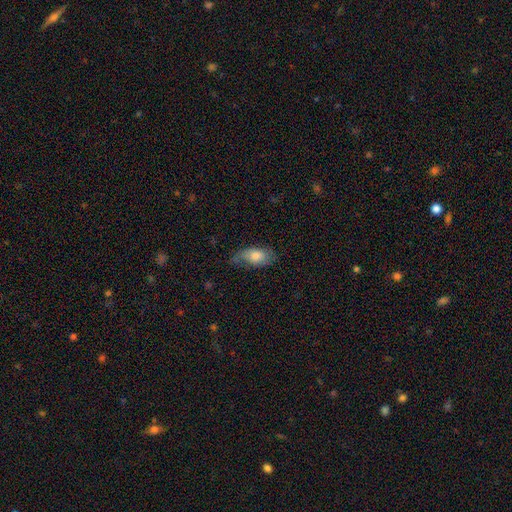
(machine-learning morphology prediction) type=smooth (66%); roundness=in between (89%); merging=none (52%).